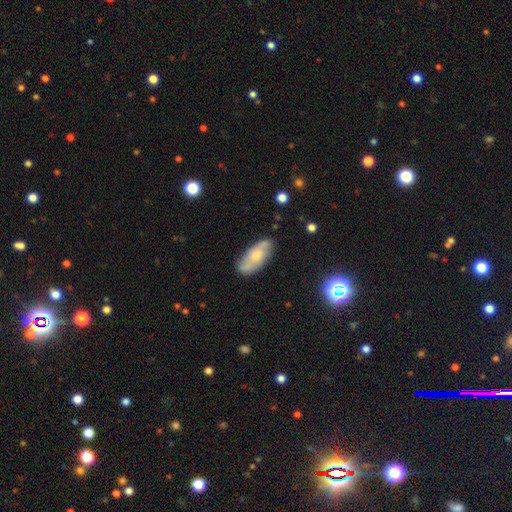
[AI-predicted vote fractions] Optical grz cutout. It shows a smooth galaxy with no disk features (49%). Merging: none (76%).